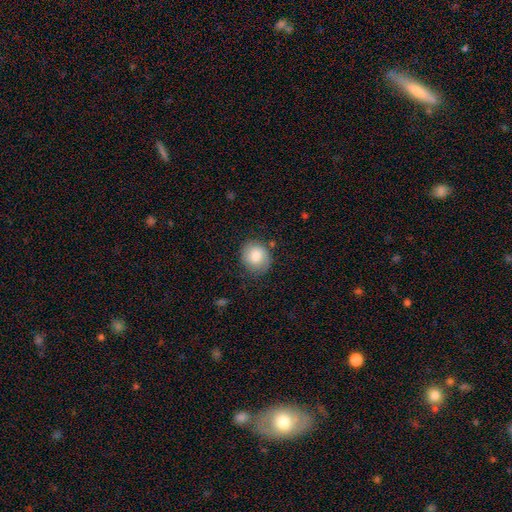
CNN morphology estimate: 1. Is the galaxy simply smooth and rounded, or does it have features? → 79% smooth, 13% featured or disk, 7% star or artifact.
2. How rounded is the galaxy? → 75% round, 24% in between, 1% cigar-shaped.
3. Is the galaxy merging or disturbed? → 76% none, 17% minor disturbance, 5% major disturbance, 2% merger.